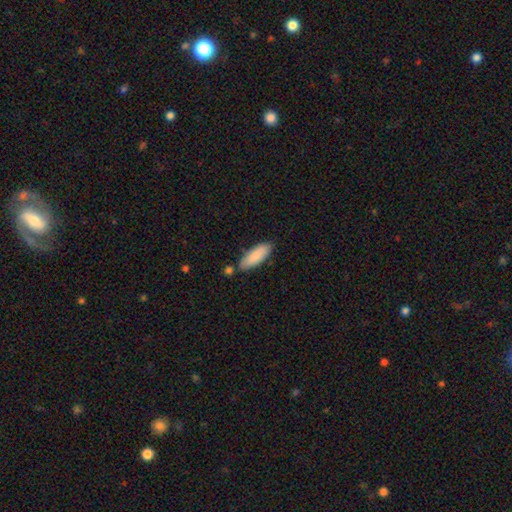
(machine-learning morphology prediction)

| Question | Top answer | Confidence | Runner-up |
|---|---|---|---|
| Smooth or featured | smooth | 86% | featured or disk (8%) |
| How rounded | in between | 65% | cigar-shaped (33%) |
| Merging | none | 74% | minor disturbance (16%) |